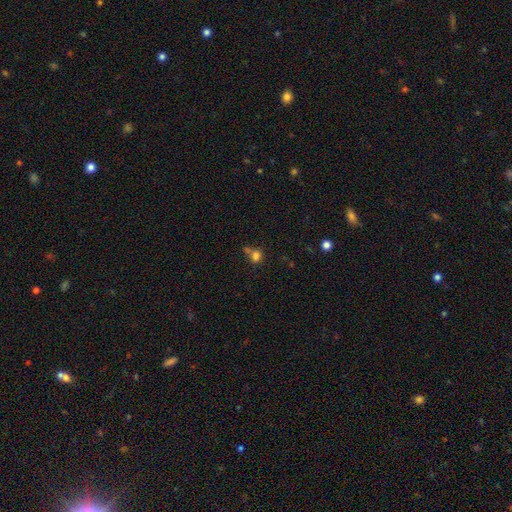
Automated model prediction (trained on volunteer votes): Smooth or featured? smooth (76%)
How rounded? round (54%)
Merging? none (46%)